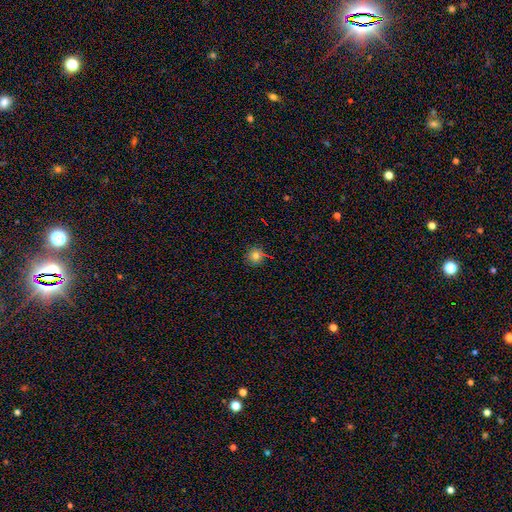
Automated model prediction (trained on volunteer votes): Smooth or featured: smooth — 76% (star or artifact — 16%)
How rounded: round — 93% (in between — 6%)
Merging: none — 86% (minor disturbance — 9%)